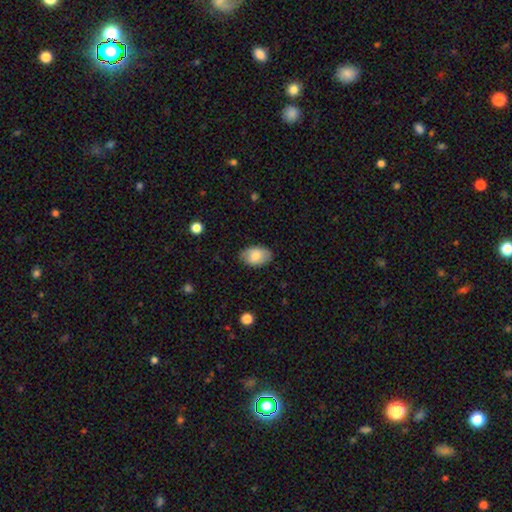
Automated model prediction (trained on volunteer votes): Morphology: type=smooth (77%); roundness=in between (90%); merging=none (79%).